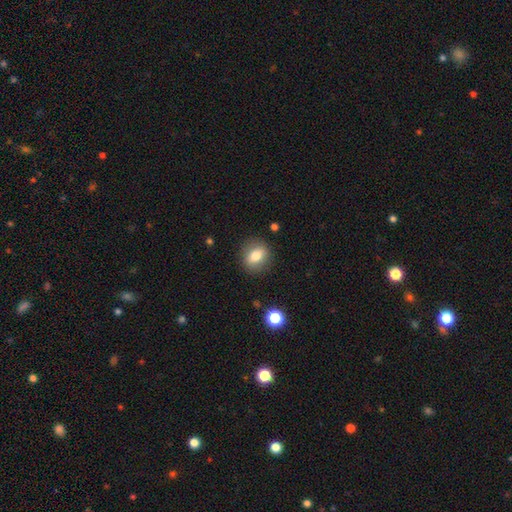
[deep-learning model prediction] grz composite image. It shows a smooth galaxy with no disk features (76%) that is round (53%). Merging: none (86%).